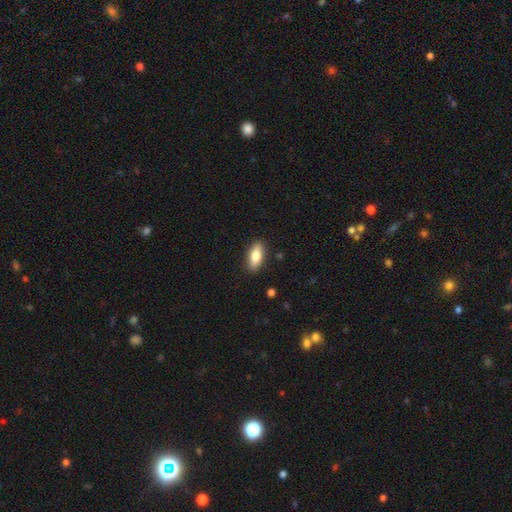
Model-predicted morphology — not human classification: Smooth or featured? smooth (79%)
How rounded? in between (79%)
Merging? none (88%)